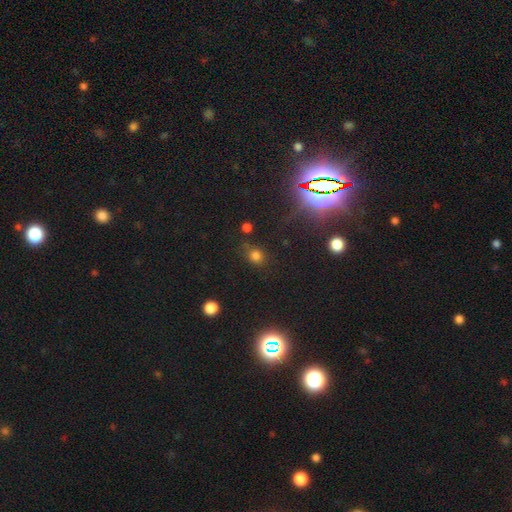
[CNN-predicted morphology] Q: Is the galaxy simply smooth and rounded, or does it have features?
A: smooth — 72%.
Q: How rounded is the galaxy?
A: round — 70%.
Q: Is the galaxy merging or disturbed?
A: none — 71%.